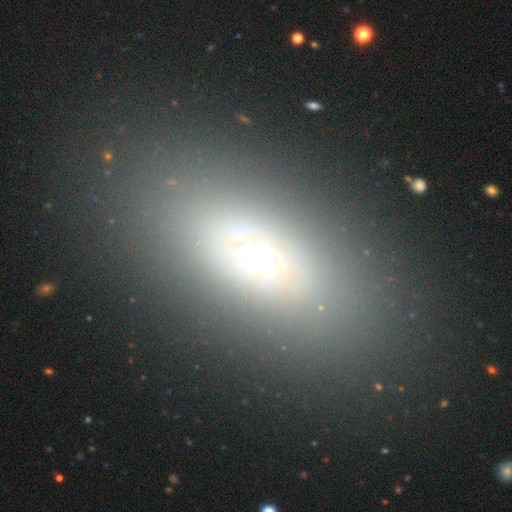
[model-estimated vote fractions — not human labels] A smooth galaxy with no disk features (49%). Merging: none (80%).